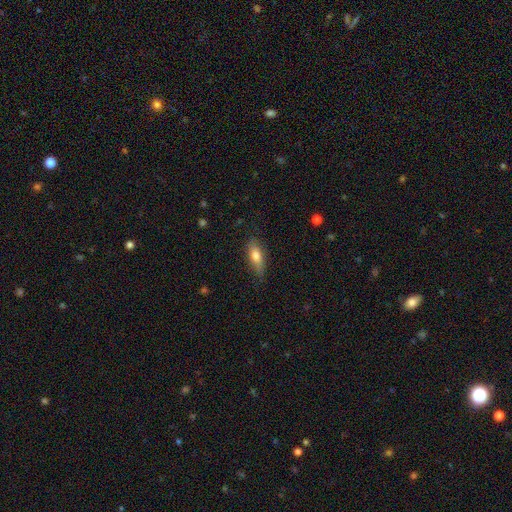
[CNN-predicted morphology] A smooth galaxy with no disk features (73%) that is in between round and cigar-shaped (69%). Merging: none (75%).